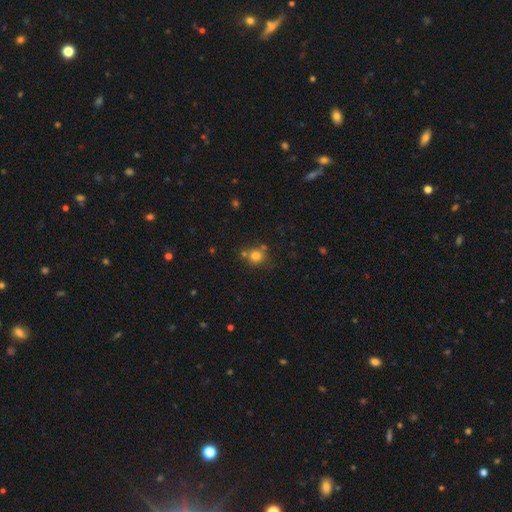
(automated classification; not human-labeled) Smooth or featured: smooth — 78% (star or artifact — 14%)
How rounded: round — 86% (in between — 13%)
Merging: none — 64% (merger — 19%)